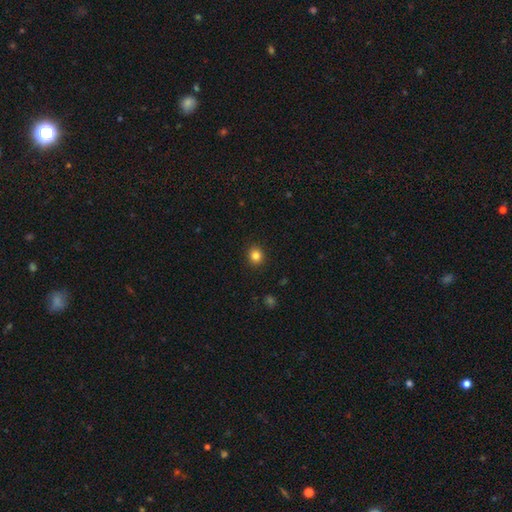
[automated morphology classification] This is clearly a smooth galaxy (84%). How rounded: clearly round (86%). Merging: clearly none (92%).